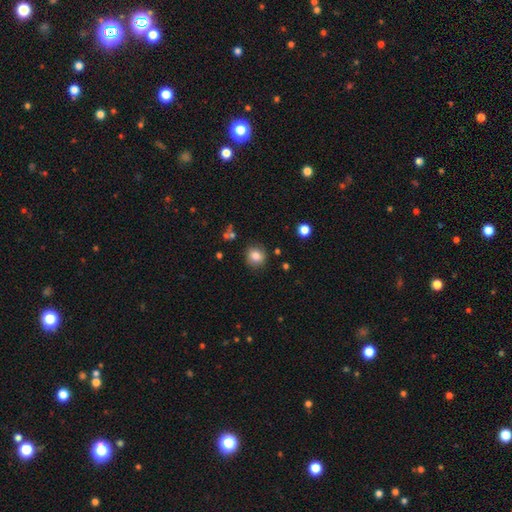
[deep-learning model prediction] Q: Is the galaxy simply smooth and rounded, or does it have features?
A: smooth — 81%.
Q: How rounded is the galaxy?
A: round — 87%.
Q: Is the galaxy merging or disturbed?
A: none — 84%.